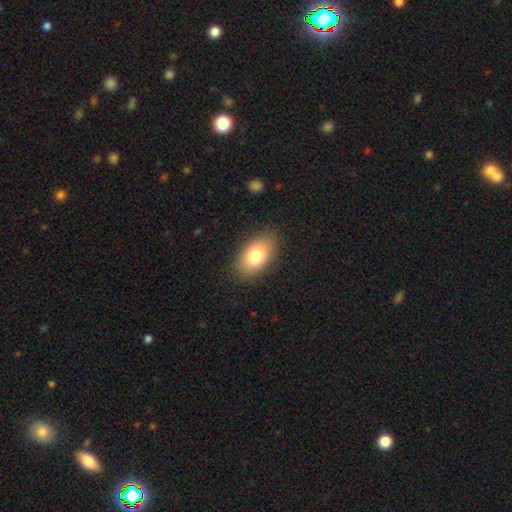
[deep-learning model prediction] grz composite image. It shows a smooth galaxy with no disk features (80%) that is in between round and cigar-shaped (92%). Merging: none (86%).